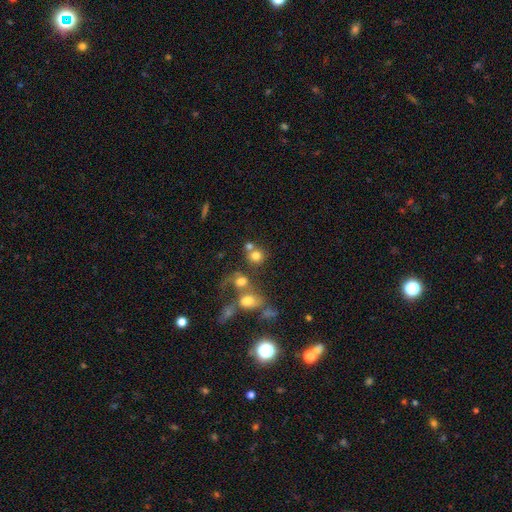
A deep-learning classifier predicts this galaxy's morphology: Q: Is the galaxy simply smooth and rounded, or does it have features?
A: smooth — 71%.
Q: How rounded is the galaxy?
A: round — 83%.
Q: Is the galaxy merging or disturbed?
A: none — 43%.